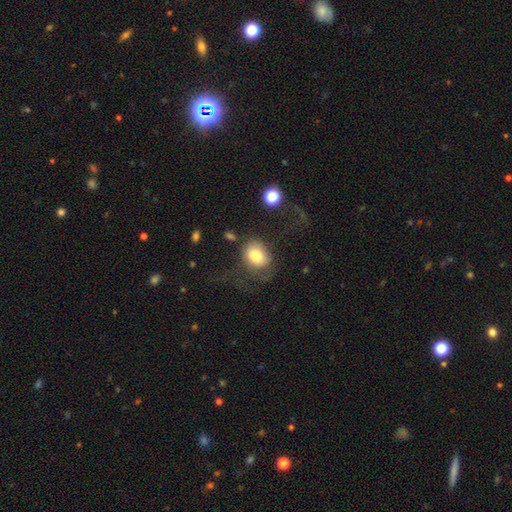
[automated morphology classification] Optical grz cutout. It shows a smooth galaxy with no disk features (77%) that is in between round and cigar-shaped (61%). Merging: none (40%).